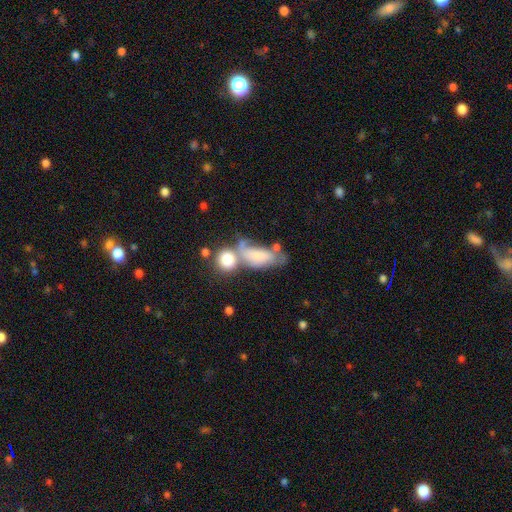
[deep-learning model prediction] Smooth or featured?
  - smooth: 59% *
  - featured or disk: 31%
  - star or artifact: 10%
How rounded?
  - in between: 76% *
  - cigar-shaped: 14%
  - round: 10%
Merging?
  - merger: 42% *
  - none: 26%
  - minor disturbance: 16%
  - major disturbance: 16%